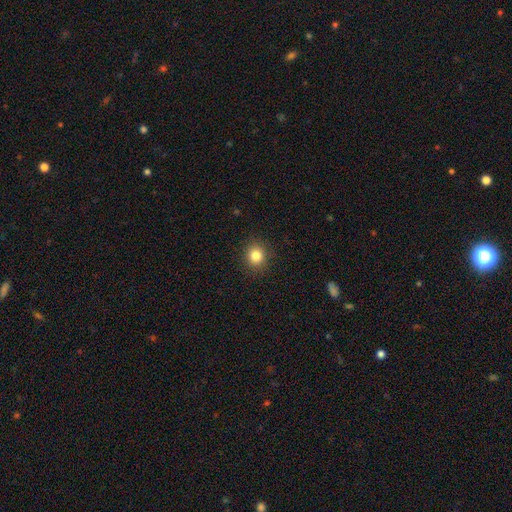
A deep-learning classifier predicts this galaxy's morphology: Smooth or featured? Predicted: smooth (p=0.83). How rounded? Predicted: round (p=0.85). Merging? Predicted: none (p=0.90).